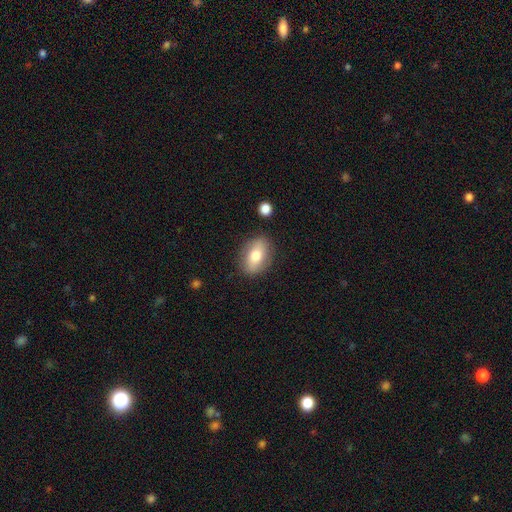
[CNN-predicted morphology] A smooth galaxy with no disk features (73%) that is in between round and cigar-shaped (83%). Merging: none (83%).